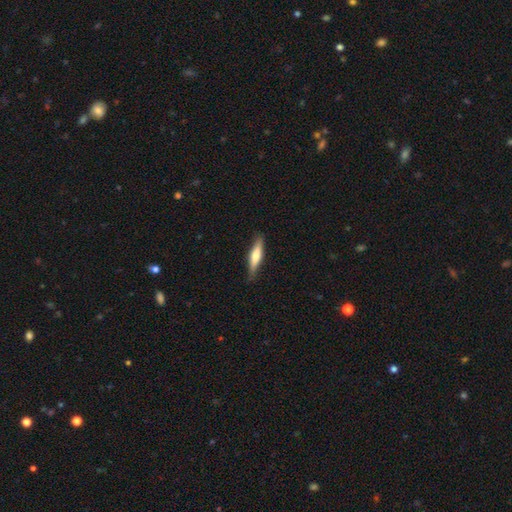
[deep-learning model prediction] Morphology: type=smooth (55%); roundness=cigar-shaped (79%); merging=none (84%).